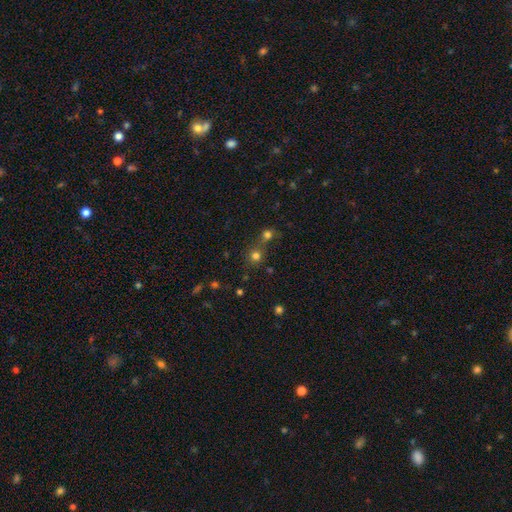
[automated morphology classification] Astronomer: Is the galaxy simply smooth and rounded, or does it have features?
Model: smooth — 73%.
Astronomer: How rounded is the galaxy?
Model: round — 89%.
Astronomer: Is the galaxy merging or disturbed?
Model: none — 54% (runner-up: merger, 35%).